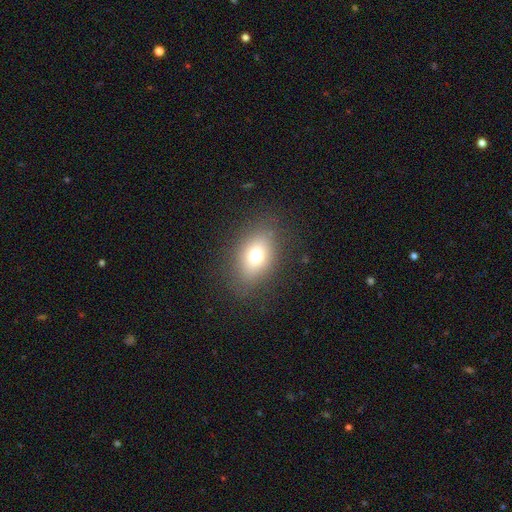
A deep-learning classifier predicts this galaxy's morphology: This is likely a smooth galaxy (71%). How rounded: likely in between (72%). Merging: clearly none (83%).